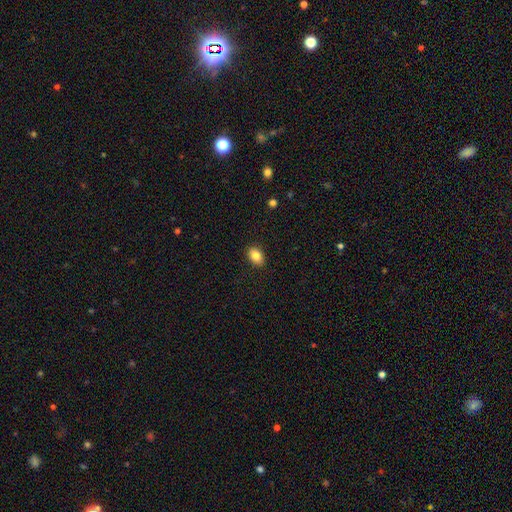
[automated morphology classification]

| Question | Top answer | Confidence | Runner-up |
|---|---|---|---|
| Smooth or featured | smooth | 83% | star or artifact (9%) |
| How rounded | in between | 81% | round (18%) |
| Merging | none | 90% | minor disturbance (7%) |